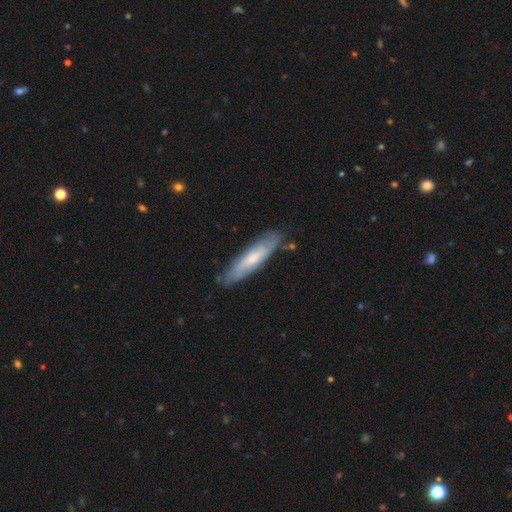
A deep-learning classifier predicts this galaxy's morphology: type=featured or disk (49%); merging=none (82%).